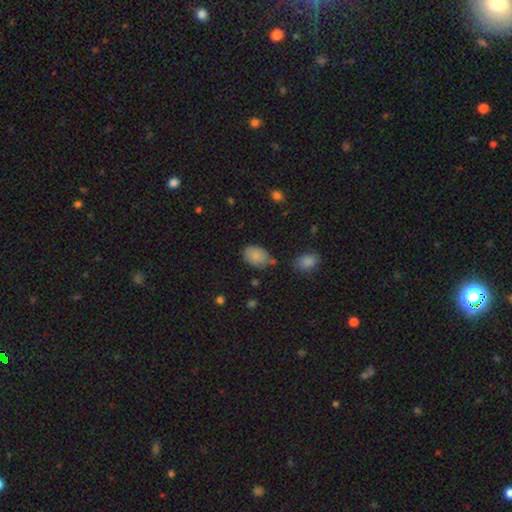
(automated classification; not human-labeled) A smooth galaxy with no disk features (85%) that is in between round and cigar-shaped (82%). Merging: none (66%).